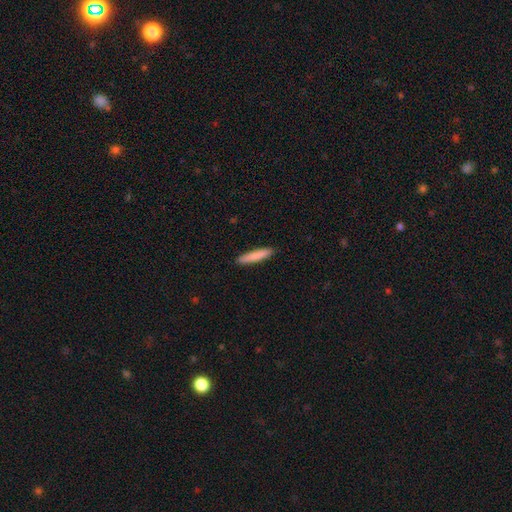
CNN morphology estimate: Smooth or featured: smooth — 84% (featured or disk — 11%)
How rounded: cigar-shaped — 90% (in between — 8%)
Merging: none — 91% (minor disturbance — 6%)